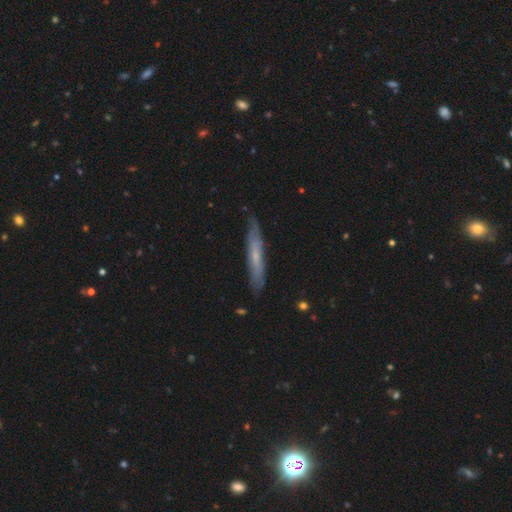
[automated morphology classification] smooth-or-featured: featured or disk: 53% | smooth: 41% | star or artifact: 6%
  disk-edge-on: yes: 73% | no: 27%
  merging: none: 80% | minor disturbance: 16% | major disturbance: 3% | merger: 1%